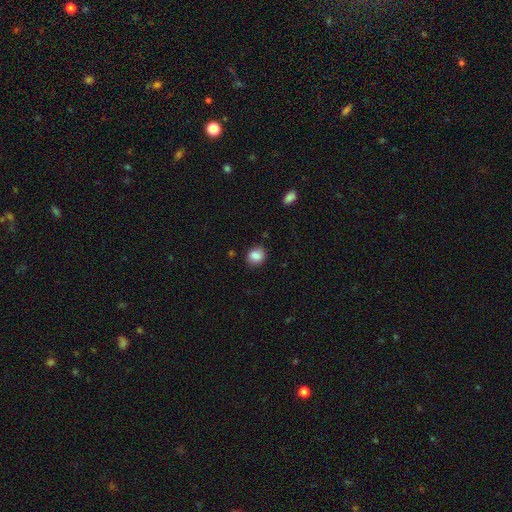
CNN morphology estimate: type=smooth (86%); roundness=round (68%); merging=none (82%).